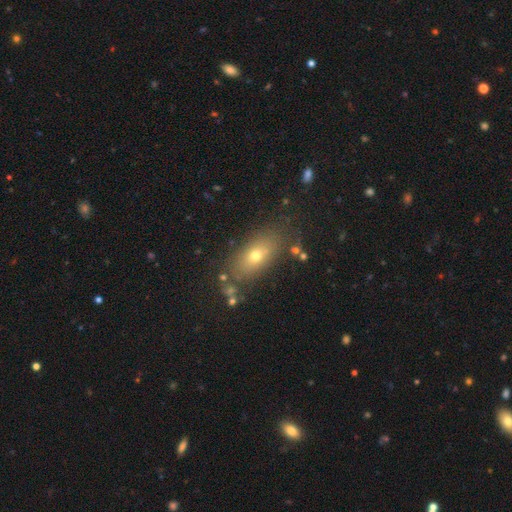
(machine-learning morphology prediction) A smooth galaxy with no disk features (67%) that is in between round and cigar-shaped (78%). Merging: none (79%).